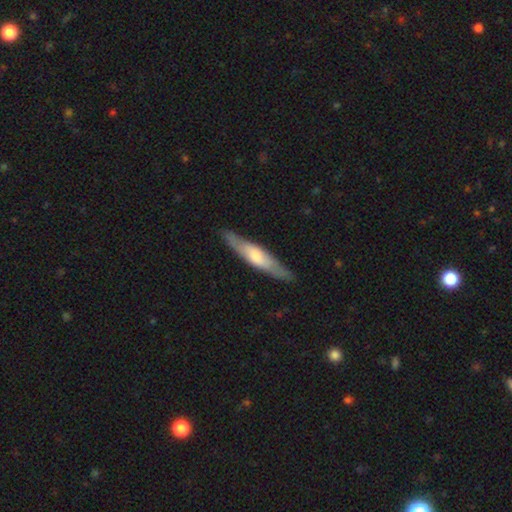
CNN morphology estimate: A featured or disk galaxy (51%) viewed edge-on (81%). Merging: none (86%).